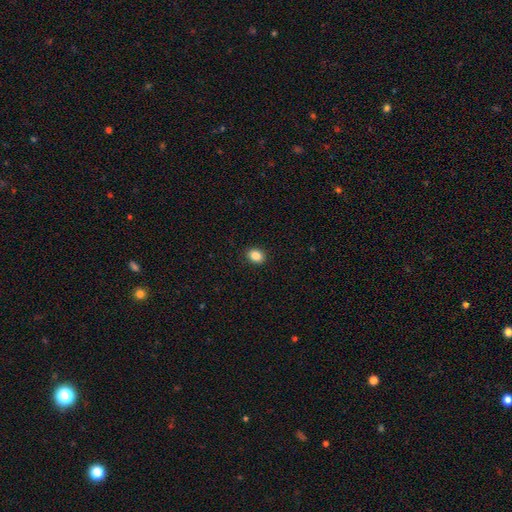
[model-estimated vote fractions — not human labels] A smooth galaxy with no disk features (86%) that is in between round and cigar-shaped (52%).

Vote fractions:
- Smooth or featured? smooth: 86% / star or artifact: 10% / featured or disk: 4%
- How rounded? in between: 52% / round: 47% / cigar-shaped: 1%
- Merging? none: 91% / minor disturbance: 6% / major disturbance: 2% / merger: 1%